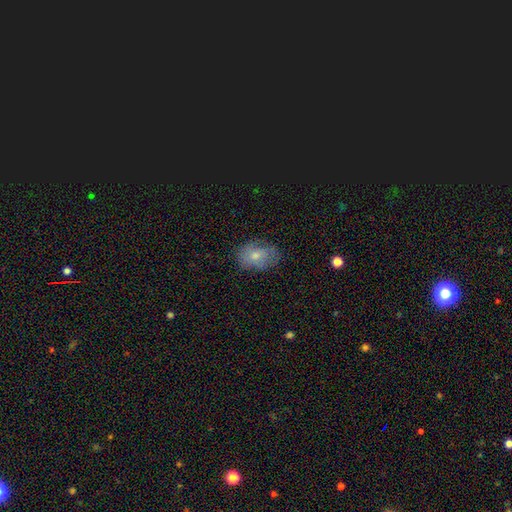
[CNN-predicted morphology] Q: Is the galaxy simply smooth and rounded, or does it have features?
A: smooth — 71%.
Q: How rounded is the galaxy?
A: in between — 77%.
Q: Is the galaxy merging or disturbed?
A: none — 68%.